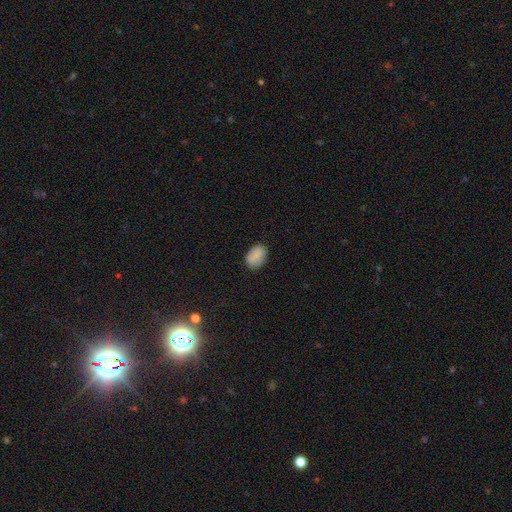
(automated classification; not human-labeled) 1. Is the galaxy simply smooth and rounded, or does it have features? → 88% smooth, 8% star or artifact, 4% featured or disk.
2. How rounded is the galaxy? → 83% in between, 16% round, 1% cigar-shaped.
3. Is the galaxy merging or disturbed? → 85% none, 12% minor disturbance, 2% major disturbance, 1% merger.